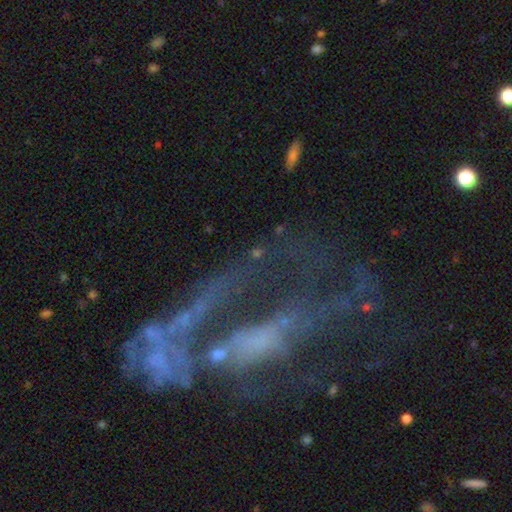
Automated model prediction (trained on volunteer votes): This appears to be a featured or disk galaxy (59%) with no bar (57%), spiral arms (54%) and no central bulge (40%). Merging: none (36%).